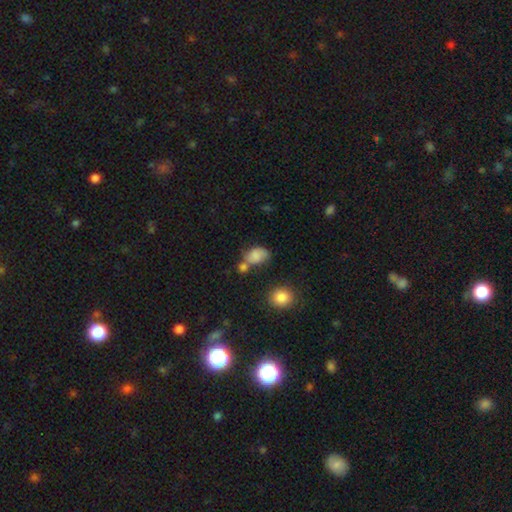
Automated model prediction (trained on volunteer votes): Smooth or featured? smooth (76%)
How rounded? in between (78%)
Merging? none (37%)